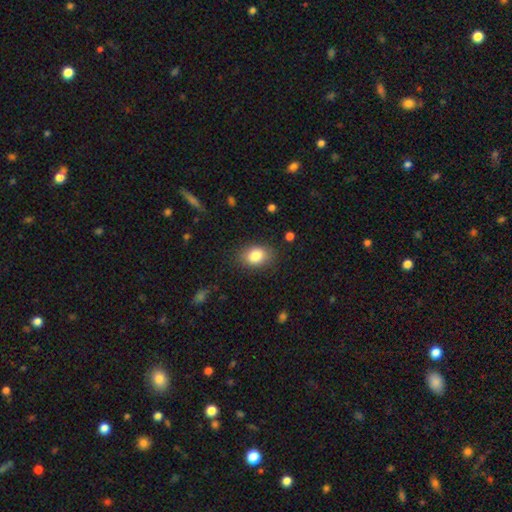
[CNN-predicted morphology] smooth 83%, star or artifact 9%, featured or disk 8%. Down the decision tree: how rounded — in between (71%); merging — none (82%).